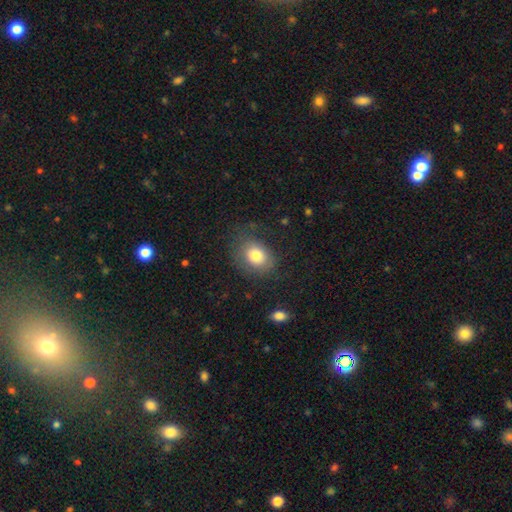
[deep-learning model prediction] Morphology: type=smooth (78%); roundness=in between (55%); merging=none (67%).